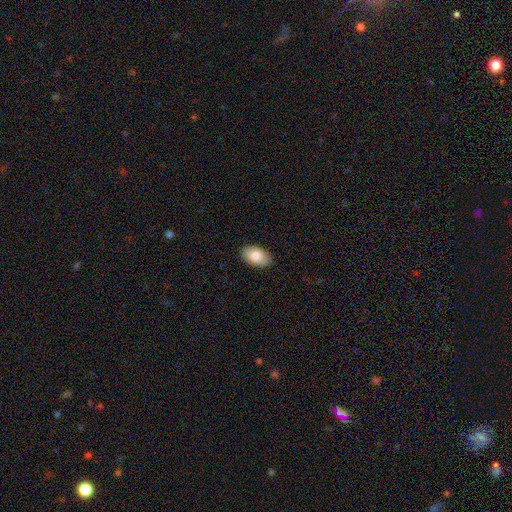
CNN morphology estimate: smooth_or_featured: smooth (p=0.83) [alt: featured or disk p=0.10]
how_rounded: in between (p=0.93) [alt: round p=0.06]
merging: none (p=0.87) [alt: minor disturbance p=0.10]